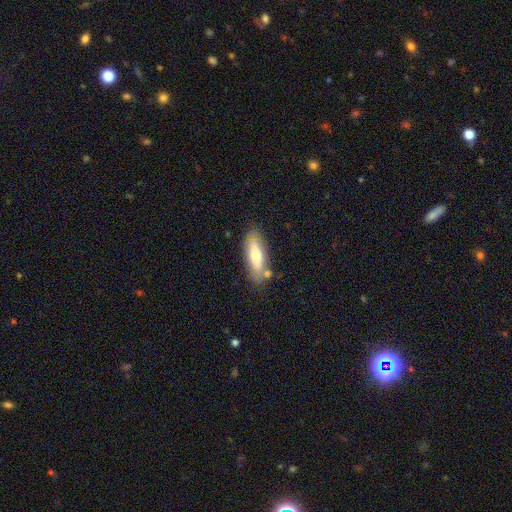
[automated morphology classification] The model was most divided on "how rounded": in between: 62%, cigar-shaped: 35%, round: 2%. More confident: merging — none (74%); smooth or featured — smooth (61%).